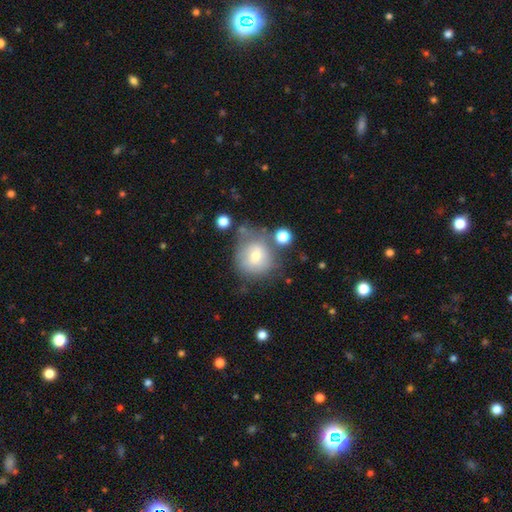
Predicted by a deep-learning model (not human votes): This appears to be a smooth galaxy with no disk features (65%) that is round (84%). Merging: none (51%).